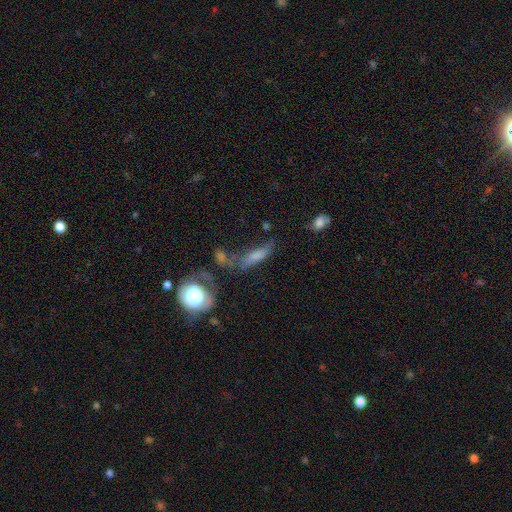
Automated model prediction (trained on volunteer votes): A smooth galaxy with no disk features (49%). Merging: none (41%).